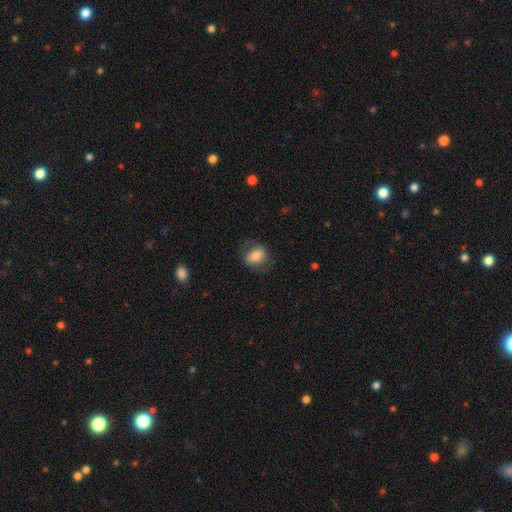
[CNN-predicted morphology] This is likely a smooth galaxy (72%). How rounded: likely in between (66%). Merging: likely none (67%).